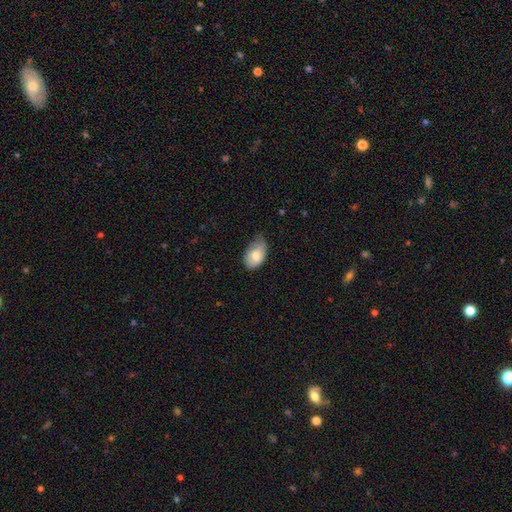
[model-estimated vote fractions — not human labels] This is likely a smooth galaxy (78%). How rounded: clearly in between (91%). Merging: possibly none (46%).